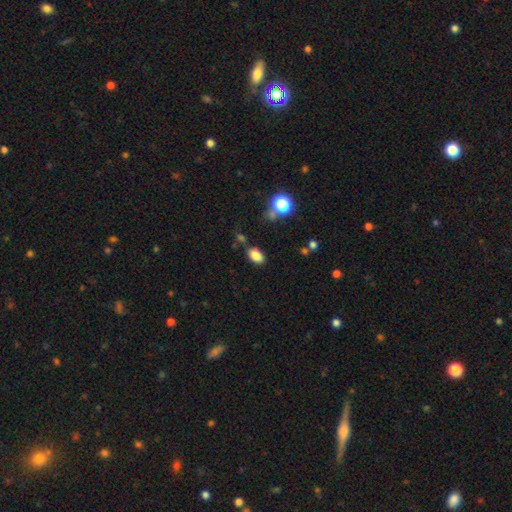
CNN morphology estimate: type=smooth (84%); roundness=in between (87%); merging=none (80%).